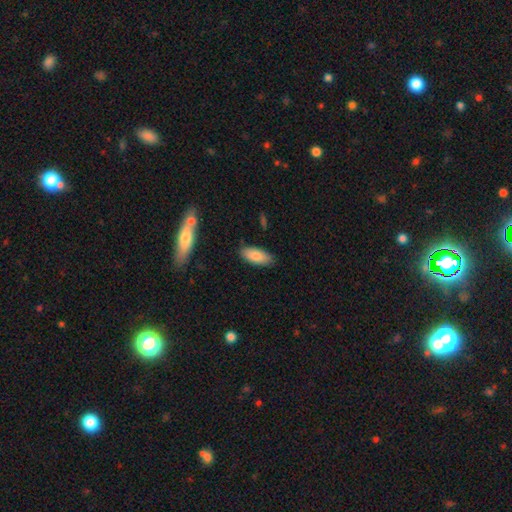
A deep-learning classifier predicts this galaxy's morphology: Smooth or featured?
  - smooth: 84% *
  - featured or disk: 10%
  - star or artifact: 6%
How rounded?
  - in between: 84% *
  - cigar-shaped: 14%
  - round: 2%
Merging?
  - none: 85% *
  - minor disturbance: 11%
  - major disturbance: 2%
  - merger: 2%